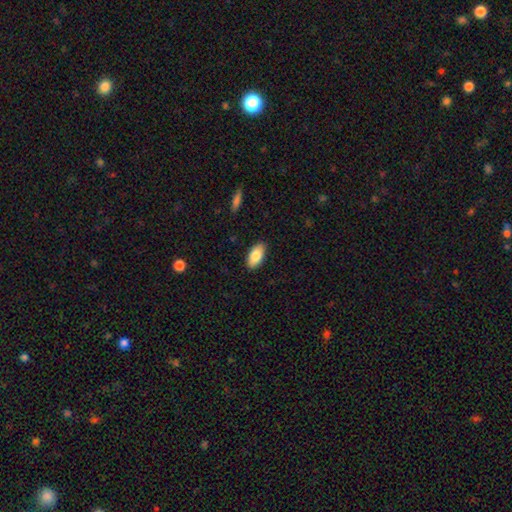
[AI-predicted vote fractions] A smooth galaxy with no disk features (84%) that is in between round and cigar-shaped (92%).

Vote fractions:
- Smooth or featured? smooth: 84% / featured or disk: 10% / star or artifact: 7%
- How rounded? in between: 92% / cigar-shaped: 5% / round: 3%
- Merging? none: 88% / minor disturbance: 9% / major disturbance: 2% / merger: 1%